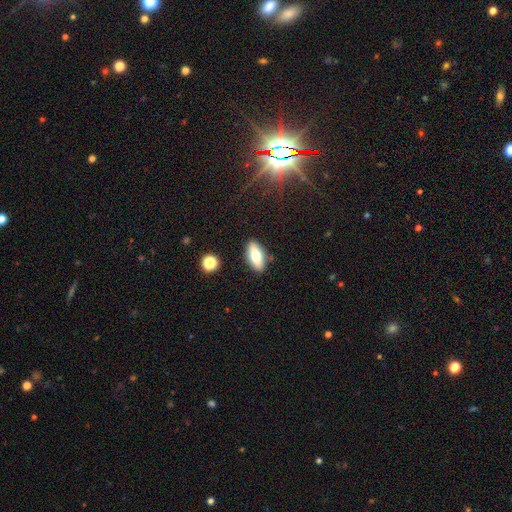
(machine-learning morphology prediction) Smooth or featured? smooth (69%)
How rounded? in between (81%)
Merging? none (85%)